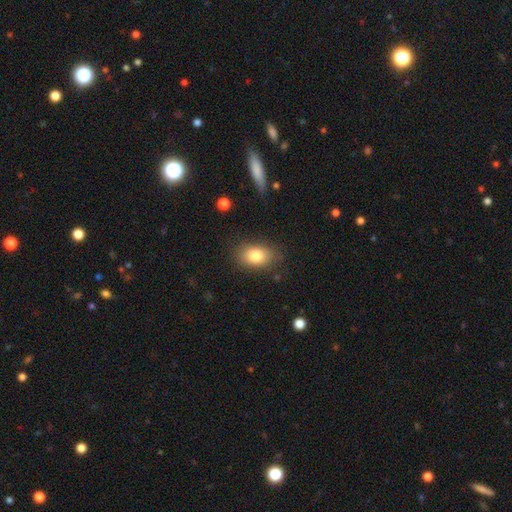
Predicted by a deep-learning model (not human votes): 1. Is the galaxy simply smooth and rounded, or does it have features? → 81% smooth, 10% featured or disk, 9% star or artifact.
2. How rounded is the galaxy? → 82% in between, 17% round, 1% cigar-shaped.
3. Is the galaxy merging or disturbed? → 81% none, 14% minor disturbance, 4% major disturbance, 1% merger.